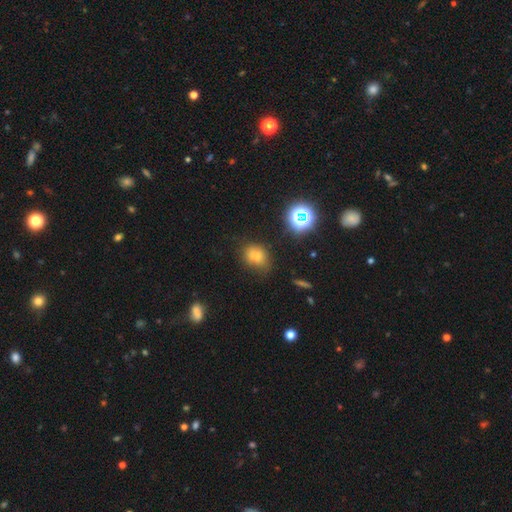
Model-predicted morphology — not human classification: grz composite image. It shows a smooth galaxy with no disk features (70%) that is in between round and cigar-shaped (57%). Merging: none (60%).